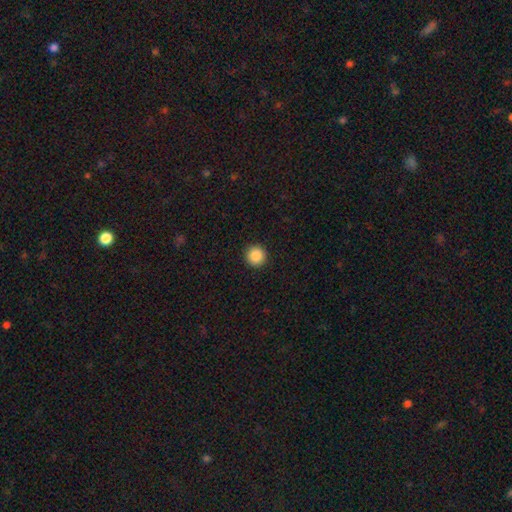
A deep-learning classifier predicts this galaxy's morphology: The model was most divided on "smooth or featured": smooth: 88%, star or artifact: 9%, featured or disk: 3%. More confident: how rounded — round (96%); merging — none (93%).